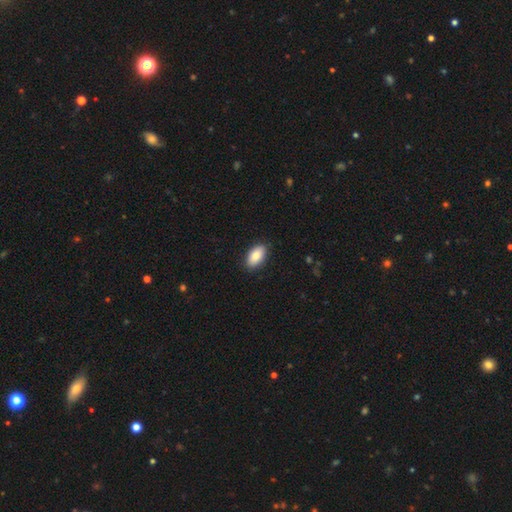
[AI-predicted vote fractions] The model was most divided on "smooth or featured": smooth: 83%, featured or disk: 10%, star or artifact: 6%. More confident: how rounded — in between (93%); merging — none (88%).